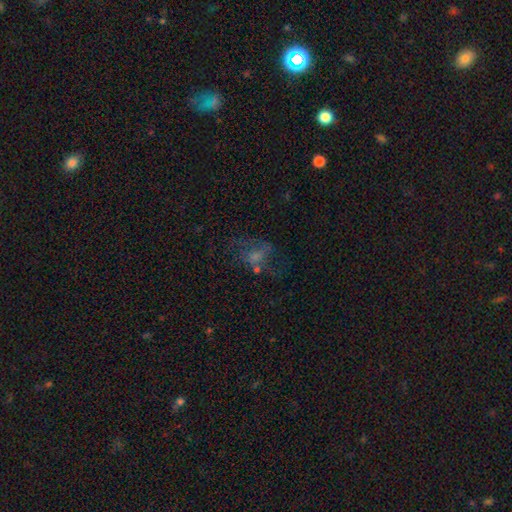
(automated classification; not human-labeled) This appears to be a featured or disk galaxy (41%). Merging: none (54%).